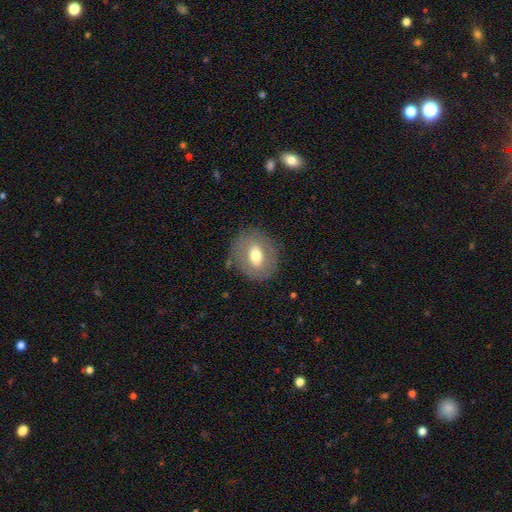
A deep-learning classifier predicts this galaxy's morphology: type=smooth (54%); roundness=round (49%, tied with in between); merging=none (80%).